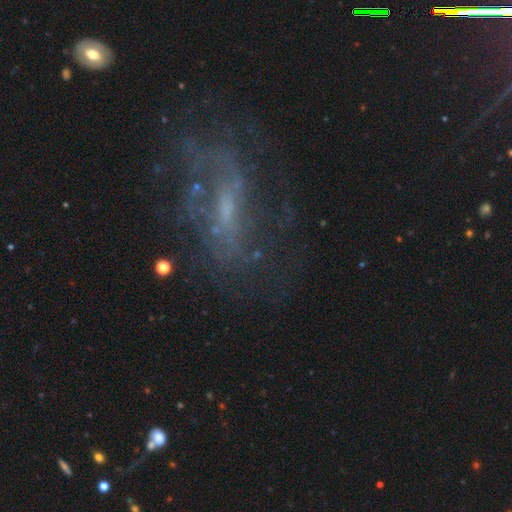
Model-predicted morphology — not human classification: smooth-or-featured: featured or disk: 72% | smooth: 14% | star or artifact: 14%
  disk-edge-on: no: 90% | yes: 10%
    bar: weak: 45% | no: 30% | strong: 25%
    has-spiral-arms: yes: 68% | no: 32%
    bulge-size: small: 49% | moderate: 26% | none: 21% | large: 3% | dominant: 1%
  merging: none: 56% | major disturbance: 23% | minor disturbance: 17% | merger: 4%